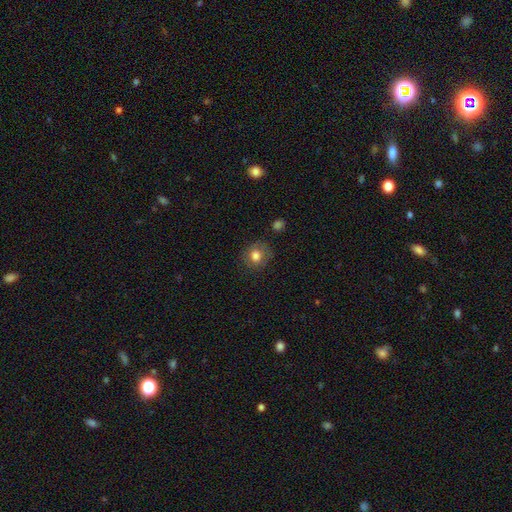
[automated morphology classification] smooth-or-featured: smooth: 78% | featured or disk: 12% | star or artifact: 10%
  how-rounded: round: 82% | in between: 17% | cigar-shaped: 1%
  merging: none: 81% | minor disturbance: 13% | major disturbance: 4% | merger: 2%